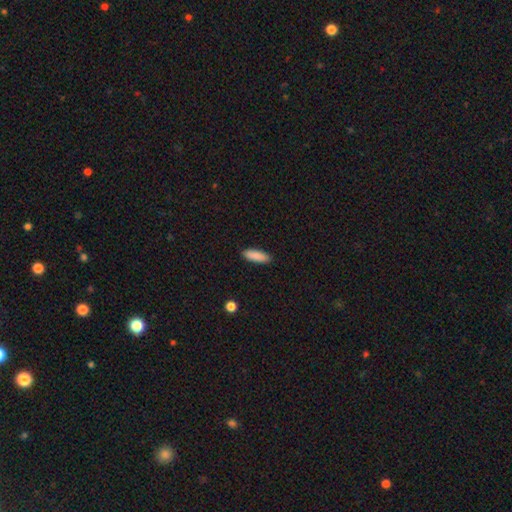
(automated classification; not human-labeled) This appears to be a smooth galaxy with no disk features (89%) that is cigar-shaped (52%). Merging: none (90%).